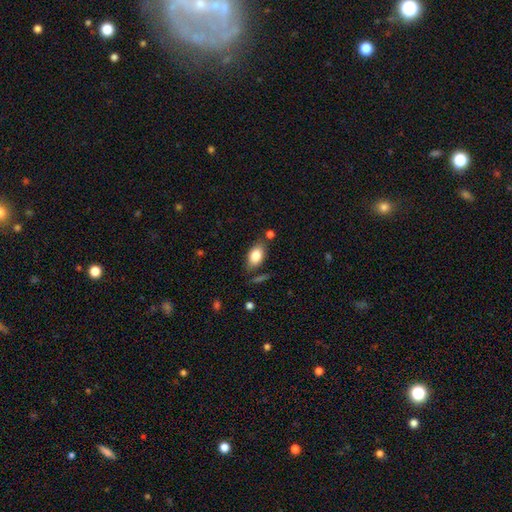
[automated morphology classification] Smooth or featured? Predicted: smooth (p=0.82). How rounded? Predicted: in between (p=0.90). Merging? Predicted: none (p=0.75).